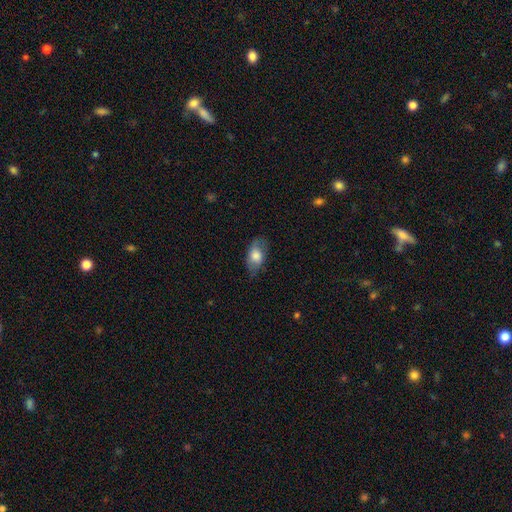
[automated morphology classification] This is likely a smooth galaxy (72%). How rounded: clearly in between (88%). Merging: likely none (71%).